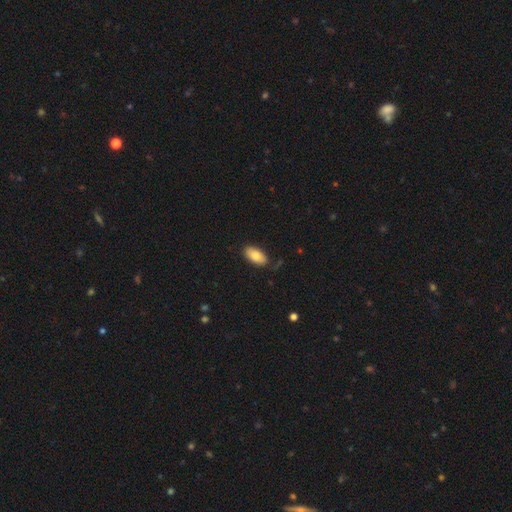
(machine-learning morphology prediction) Q: Smooth or featured?
A: smooth (82%); runner-up: featured or disk (11%)
Q: How rounded?
A: in between (94%); runner-up: cigar-shaped (3%)
Q: Merging?
A: none (82%); runner-up: minor disturbance (14%)